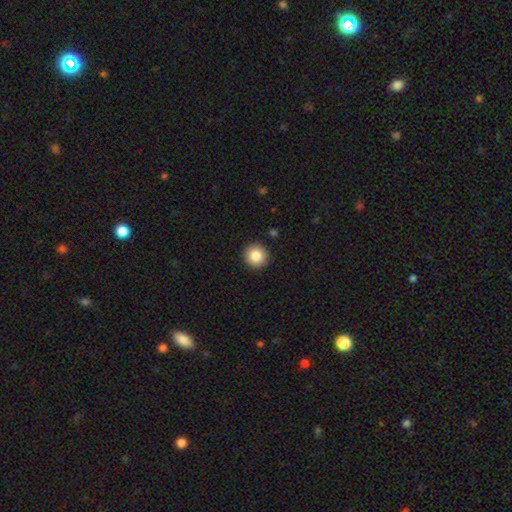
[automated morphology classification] type=smooth (85%); roundness=round (95%); merging=none (92%).